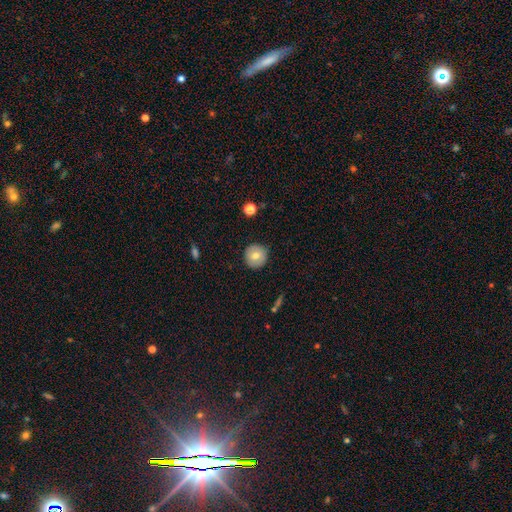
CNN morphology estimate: Smooth or featured: smooth — 73% (featured or disk — 19%)
How rounded: round — 95% (in between — 4%)
Merging: none — 90% (minor disturbance — 7%)